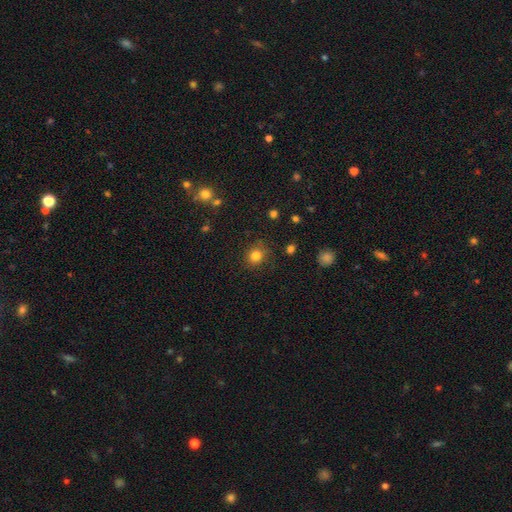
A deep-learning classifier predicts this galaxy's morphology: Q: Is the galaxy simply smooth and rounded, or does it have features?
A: smooth — 82%.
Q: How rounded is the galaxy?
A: round — 82%.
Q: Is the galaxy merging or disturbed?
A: none — 83%.